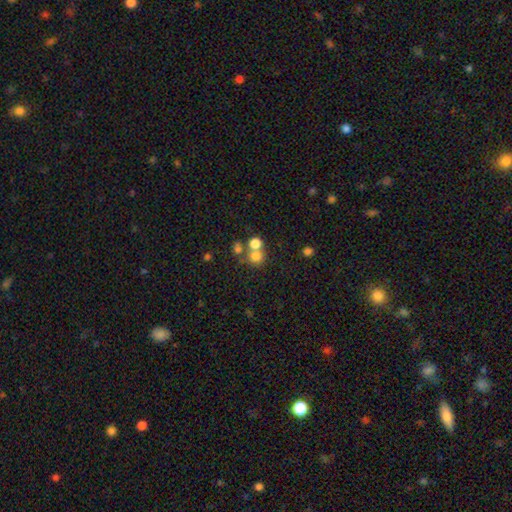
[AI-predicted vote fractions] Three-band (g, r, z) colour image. It shows a smooth galaxy with no disk features (74%) that is round (86%). Merging: none (50%).